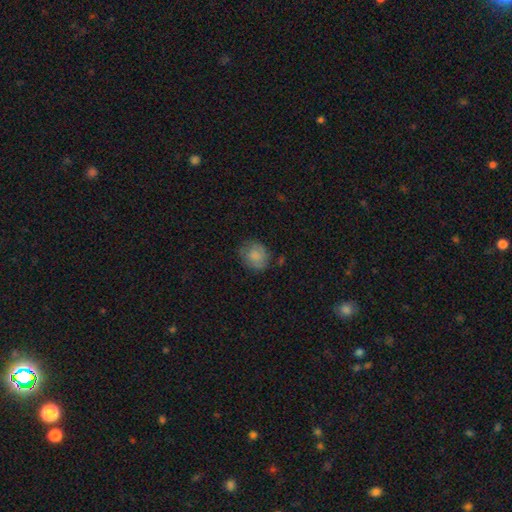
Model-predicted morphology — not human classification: Smooth or featured? smooth (77%)
How rounded? round (72%)
Merging? none (69%)